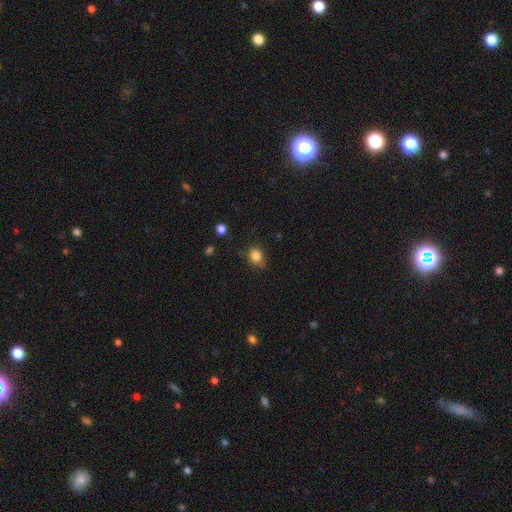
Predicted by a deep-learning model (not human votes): This is clearly a smooth galaxy (84%). How rounded: possibly round (55%). Merging: likely none (68%).